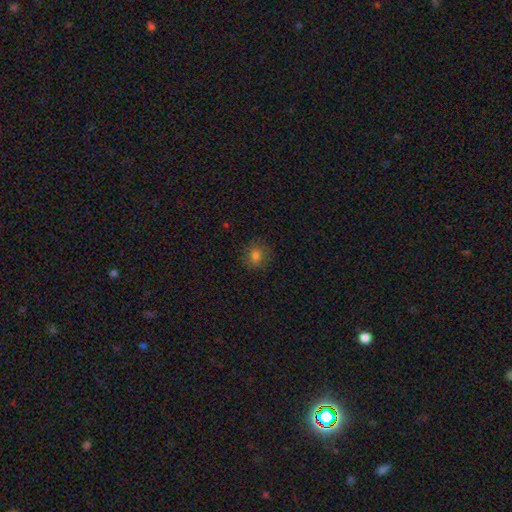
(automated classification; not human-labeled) Smooth or featured? smooth (79%)
How rounded? round (81%)
Merging? none (84%)